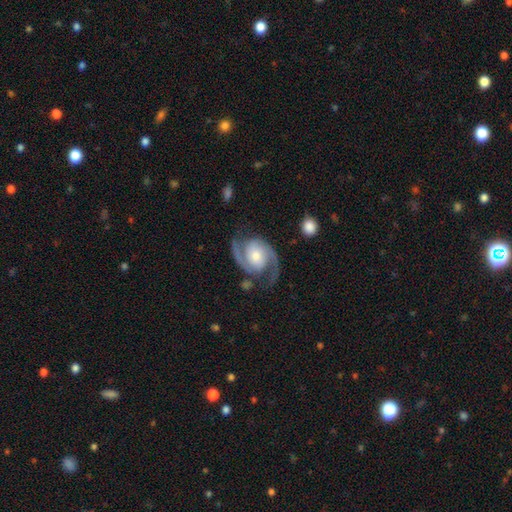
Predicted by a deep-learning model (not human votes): This appears to be a featured or disk galaxy (92%) with no bar (58%), 2 (94%) medium (59%) spiral arms (98%) and a moderate central bulge (54%). Merging: none (77%).